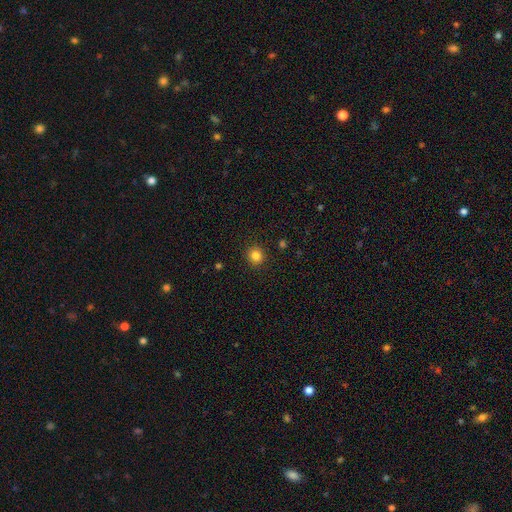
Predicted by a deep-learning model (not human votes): Q: Smooth or featured?
A: smooth (83%); runner-up: star or artifact (12%)
Q: How rounded?
A: round (91%); runner-up: in between (8%)
Q: Merging?
A: none (92%); runner-up: minor disturbance (5%)